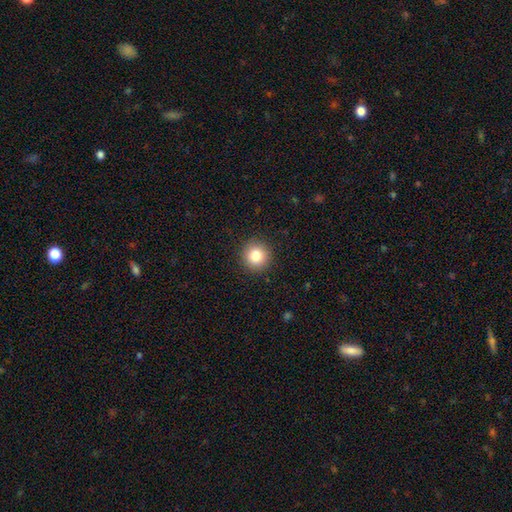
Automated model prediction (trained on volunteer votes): Overall: smooth (82%). How rounded: round (94%). Merging: none (91%).